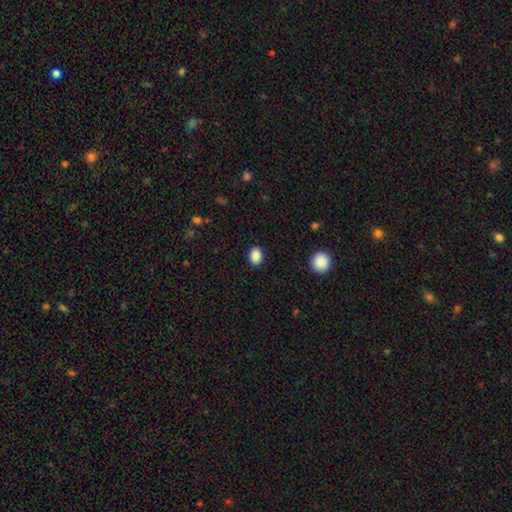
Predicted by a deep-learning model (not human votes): A smooth galaxy with no disk features (88%) that is in between round and cigar-shaped (64%).

Vote fractions:
- Smooth or featured? smooth: 88% / star or artifact: 9% / featured or disk: 3%
- How rounded? in between: 64% / round: 35% / cigar-shaped: 1%
- Merging? none: 89% / minor disturbance: 7% / major disturbance: 2% / merger: 1%